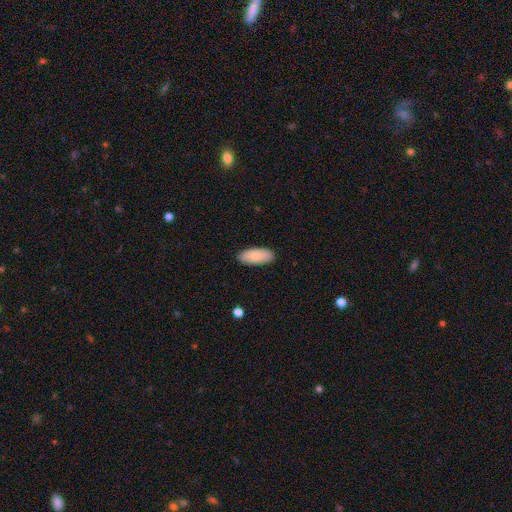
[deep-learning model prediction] A smooth galaxy with no disk features (85%) that is in between round and cigar-shaped (88%). Merging: none (89%).